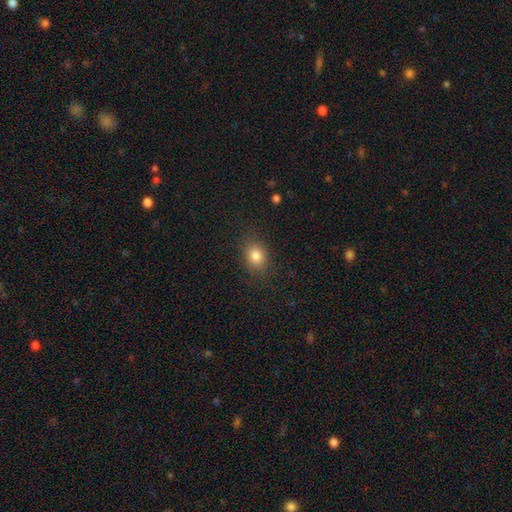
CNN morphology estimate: smooth-or-featured: smooth: 83% | star or artifact: 11% | featured or disk: 6%
  how-rounded: in between: 51% | round: 47% | cigar-shaped: 1%
  merging: none: 84% | minor disturbance: 11% | major disturbance: 4% | merger: 1%